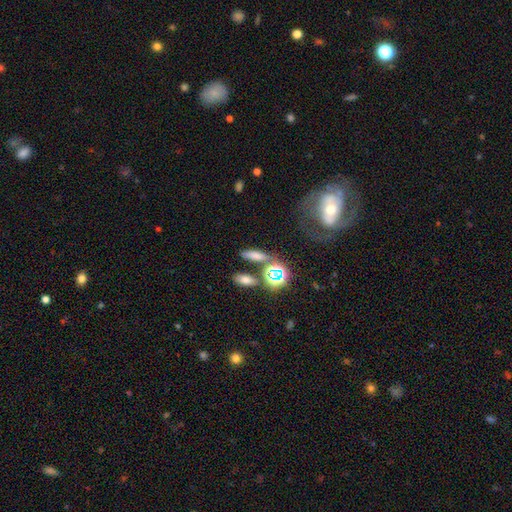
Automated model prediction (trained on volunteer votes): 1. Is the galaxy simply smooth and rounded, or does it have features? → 65% smooth, 21% star or artifact, 14% featured or disk.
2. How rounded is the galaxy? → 46% in between, 43% cigar-shaped, 11% round.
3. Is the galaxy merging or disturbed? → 63% none, 17% merger, 13% minor disturbance, 7% major disturbance.